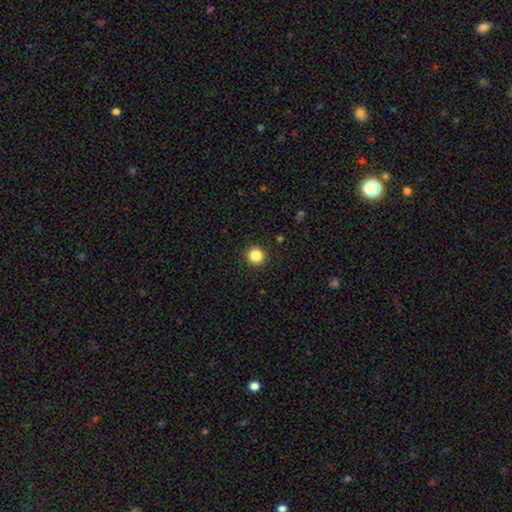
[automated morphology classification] This is clearly a smooth galaxy (86%). How rounded: clearly round (94%). Merging: clearly none (91%).